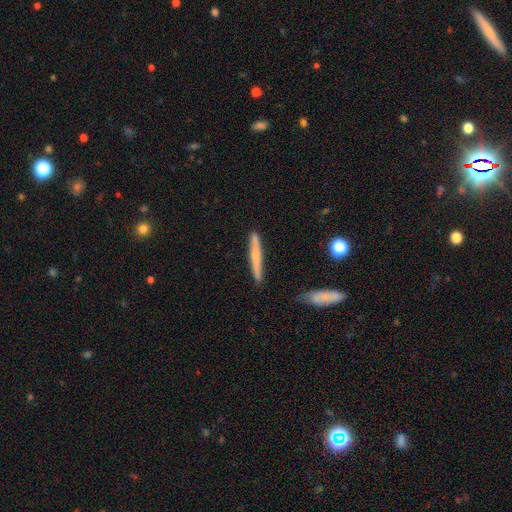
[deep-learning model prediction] Smooth or featured: smooth — 56% (featured or disk — 38%)
How rounded: cigar-shaped — 95% (in between — 3%)
Merging: none — 86% (minor disturbance — 10%)